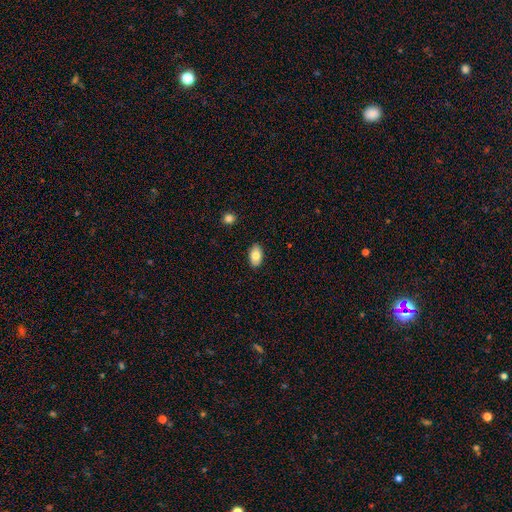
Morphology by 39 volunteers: Smooth or featured? 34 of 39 (87%) said smooth. How rounded? 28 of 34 (82%) said in between. Merging? 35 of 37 (95%) said none.